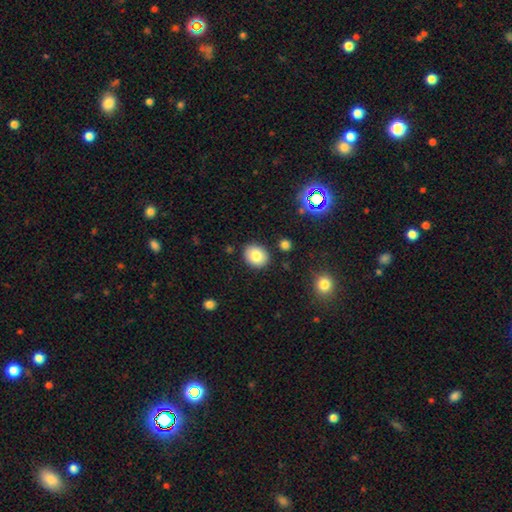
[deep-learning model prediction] smooth_or_featured: smooth (p=0.82) [alt: star or artifact p=0.10]
how_rounded: round (p=0.60) [alt: in between p=0.39]
merging: none (p=0.88) [alt: minor disturbance p=0.08]